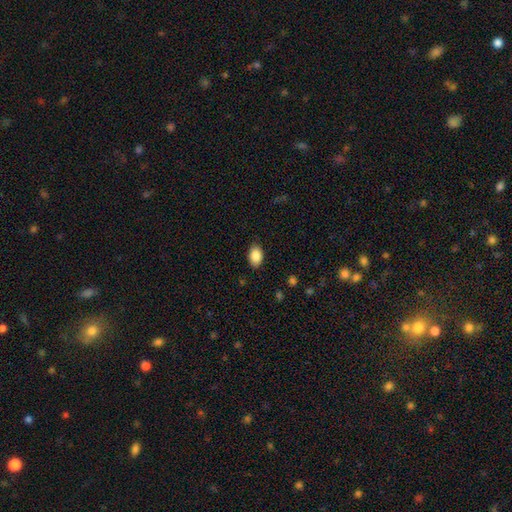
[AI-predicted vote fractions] A smooth galaxy with no disk features (88%) that is in between round and cigar-shaped (89%).

Vote fractions:
- Smooth or featured? smooth: 88% / star or artifact: 7% / featured or disk: 5%
- How rounded? in between: 89% / round: 10% / cigar-shaped: 1%
- Merging? none: 86% / minor disturbance: 11% / major disturbance: 2% / merger: 1%